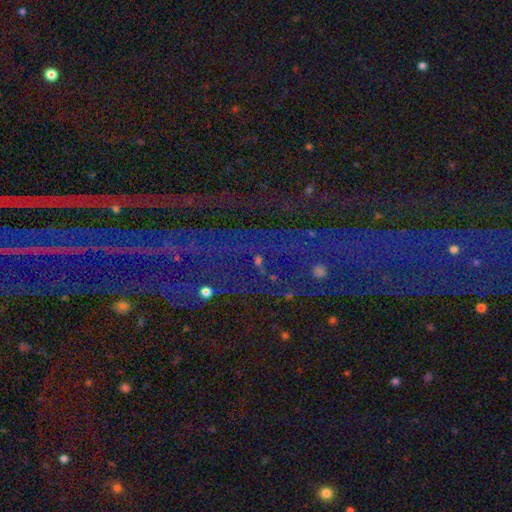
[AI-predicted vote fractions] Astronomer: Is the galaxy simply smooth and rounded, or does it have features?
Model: star or artifact — 86%.